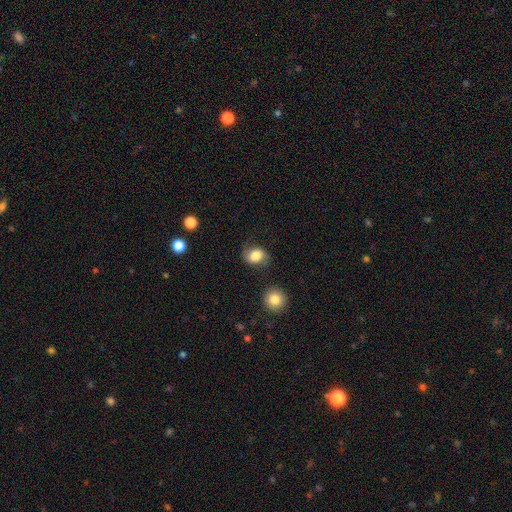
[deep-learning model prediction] smooth_or_featured: smooth (p=0.71) [alt: featured or disk p=0.21]
how_rounded: in between (p=0.53) [alt: round p=0.46]
merging: none (p=0.65) [alt: minor disturbance p=0.22]